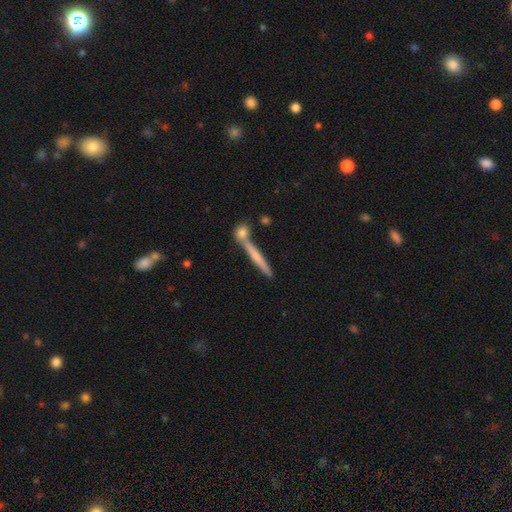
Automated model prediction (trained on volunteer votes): Smooth or featured?
  - featured or disk: 49% *
  - smooth: 44%
  - star or artifact: 7%
Merging?
  - none: 70% *
  - merger: 17%
  - minor disturbance: 10%
  - major disturbance: 3%